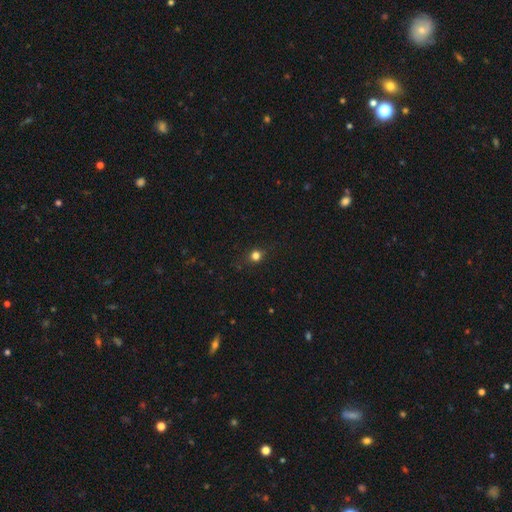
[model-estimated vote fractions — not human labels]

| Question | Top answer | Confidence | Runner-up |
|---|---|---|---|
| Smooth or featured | smooth | 77% | star or artifact (18%) |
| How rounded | round | 86% | in between (13%) |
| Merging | none | 87% | minor disturbance (9%) |